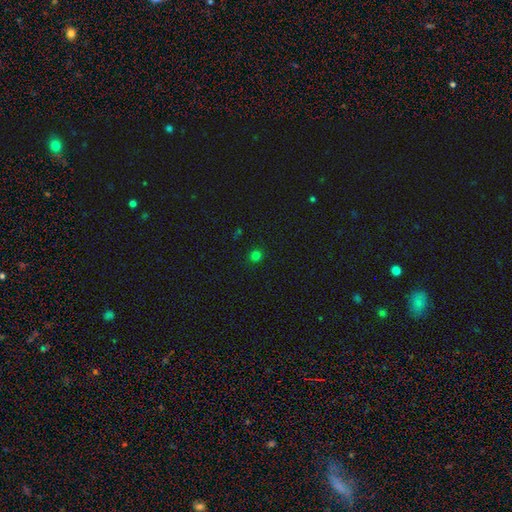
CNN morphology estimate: A smooth galaxy with no disk features (77%) that is round (92%).

Vote fractions:
- Smooth or featured? smooth: 77% / star or artifact: 19% / featured or disk: 4%
- How rounded? round: 92% / in between: 7% / cigar-shaped: 1%
- Merging? none: 90% / minor disturbance: 6% / major disturbance: 2% / merger: 1%